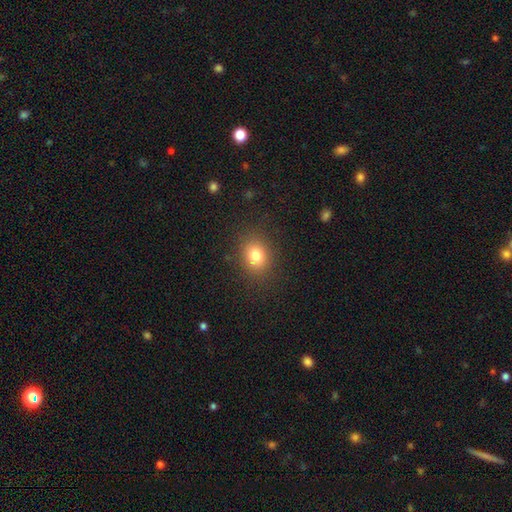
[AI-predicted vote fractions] Overall: smooth (79%). How rounded: round (59%; in between 40%). Merging: none (86%).